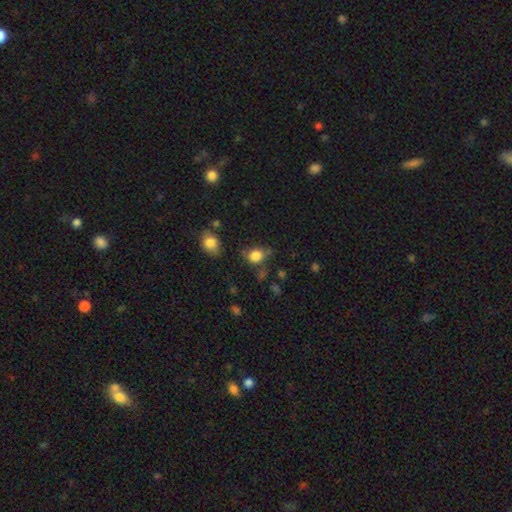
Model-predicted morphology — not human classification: This appears to be a smooth galaxy with no disk features (80%) that is round (62%). Merging: none (52%).